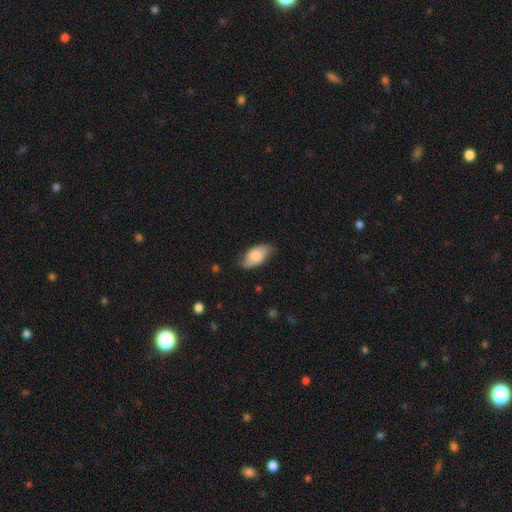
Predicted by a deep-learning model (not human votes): A smooth galaxy with no disk features (75%) that is in between round and cigar-shaped (93%). Merging: none (68%).